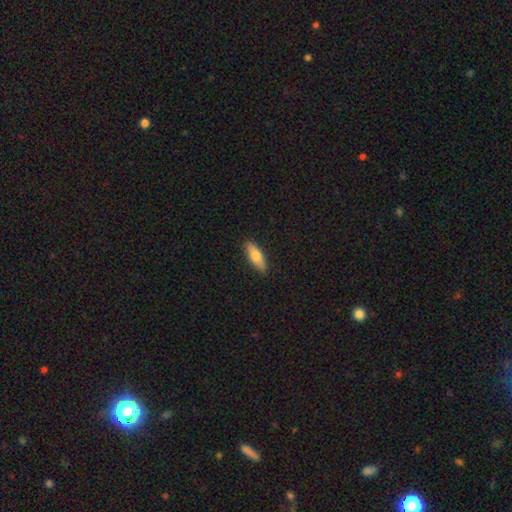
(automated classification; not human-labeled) Morphology: type=smooth (73%); roundness=in between (58%); merging=none (88%).